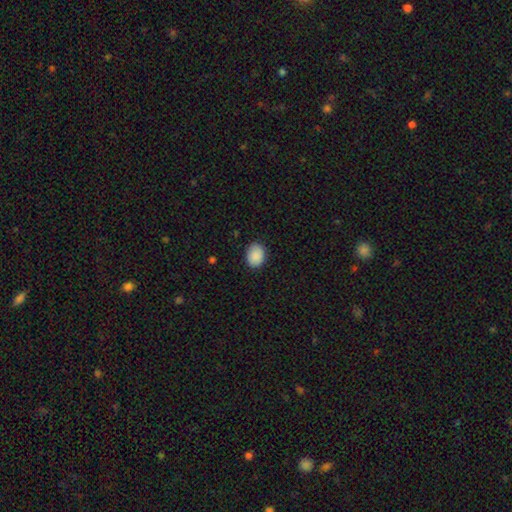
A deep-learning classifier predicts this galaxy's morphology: This is clearly a smooth galaxy (90%). How rounded: possibly in between (58%). Merging: clearly none (84%).